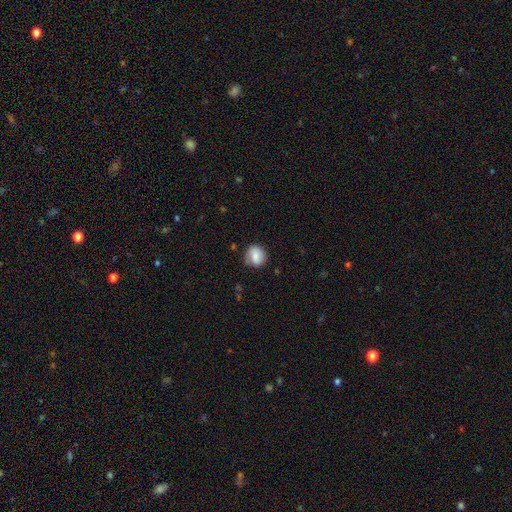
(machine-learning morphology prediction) Smooth or featured? Predicted: smooth (p=0.74). How rounded? Predicted: round (p=0.81). Merging? Predicted: none (p=0.73).